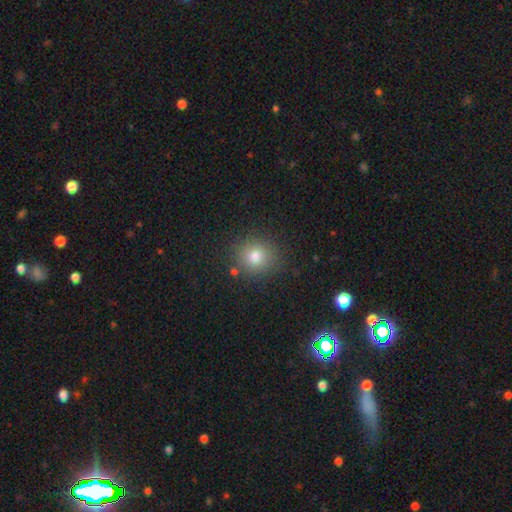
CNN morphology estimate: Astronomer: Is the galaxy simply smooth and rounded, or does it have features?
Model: smooth — 74%.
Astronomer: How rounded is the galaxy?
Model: round — 86%.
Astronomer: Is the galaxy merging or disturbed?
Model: none — 86%.